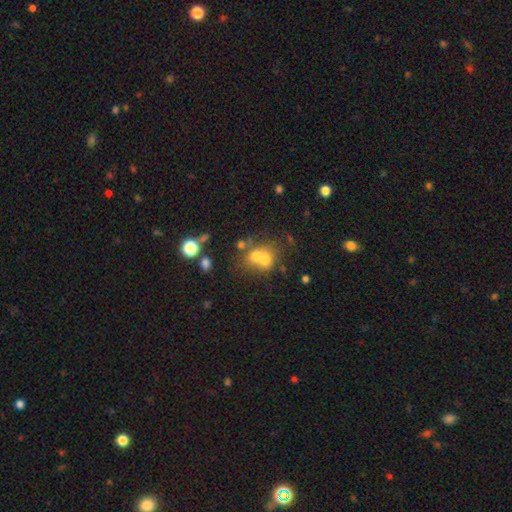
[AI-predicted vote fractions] This is likely a smooth galaxy (64%). How rounded: likely round (68%). Merging: likely merger (63%).